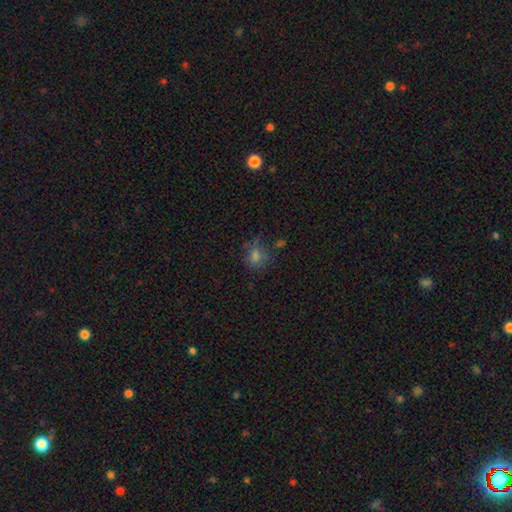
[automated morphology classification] Smooth or featured? Predicted: smooth (p=0.64). How rounded? Predicted: round (p=0.68). Merging? Predicted: none (p=0.58).